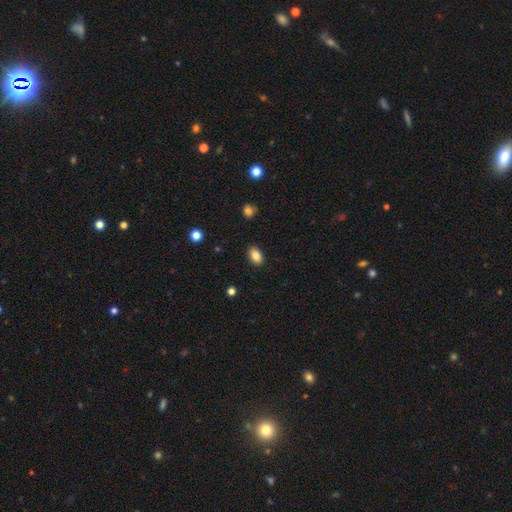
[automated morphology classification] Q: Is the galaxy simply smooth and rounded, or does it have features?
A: smooth — 86%.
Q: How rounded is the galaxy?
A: in between — 89%.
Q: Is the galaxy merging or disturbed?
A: none — 89%.